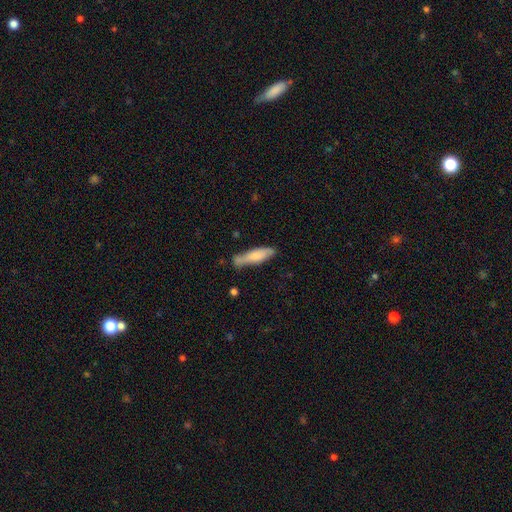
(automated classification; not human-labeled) Smooth or featured? Predicted: smooth (p=0.73). How rounded? Predicted: cigar-shaped (p=0.68). Merging? Predicted: none (p=0.63).